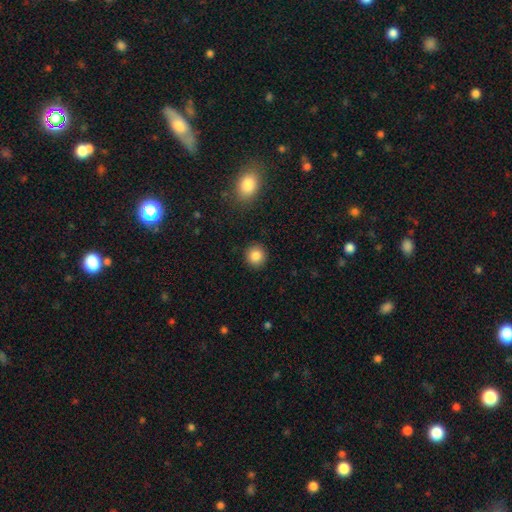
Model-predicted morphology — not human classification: smooth_or_featured: smooth (p=0.86) [alt: star or artifact p=0.09]
how_rounded: round (p=0.91) [alt: in between p=0.08]
merging: none (p=0.91) [alt: minor disturbance p=0.06]